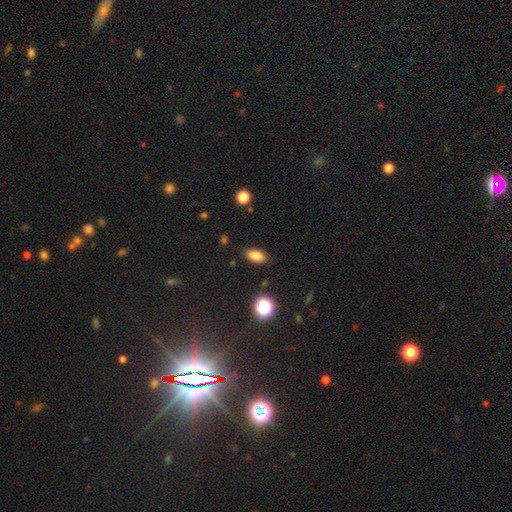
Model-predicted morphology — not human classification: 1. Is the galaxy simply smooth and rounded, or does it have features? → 82% smooth, 11% star or artifact, 6% featured or disk.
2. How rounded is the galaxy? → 86% in between, 8% cigar-shaped, 6% round.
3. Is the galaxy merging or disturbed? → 87% none, 9% minor disturbance, 2% major disturbance, 1% merger.